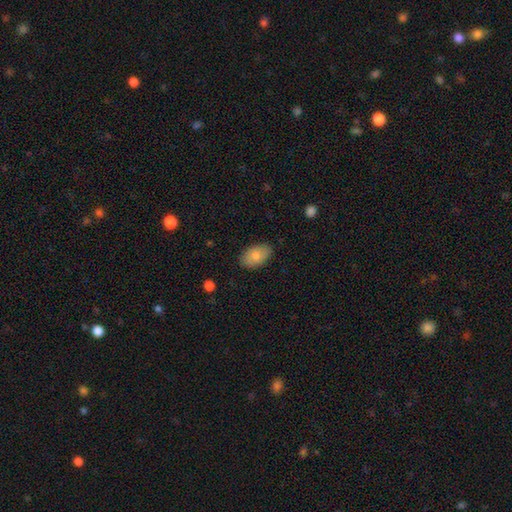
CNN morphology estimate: smooth_or_featured: smooth (p=0.82) [alt: featured or disk p=0.12]
how_rounded: in between (p=0.92) [alt: round p=0.06]
merging: none (p=0.84) [alt: minor disturbance p=0.12]